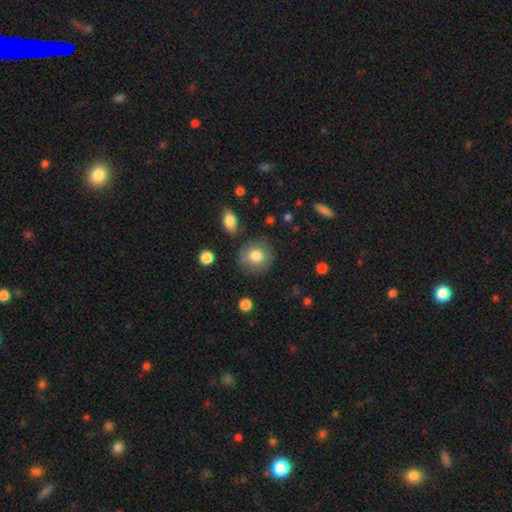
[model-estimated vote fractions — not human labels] Smooth or featured? Predicted: smooth (p=0.80). How rounded? Predicted: round (p=0.88). Merging? Predicted: none (p=0.80).